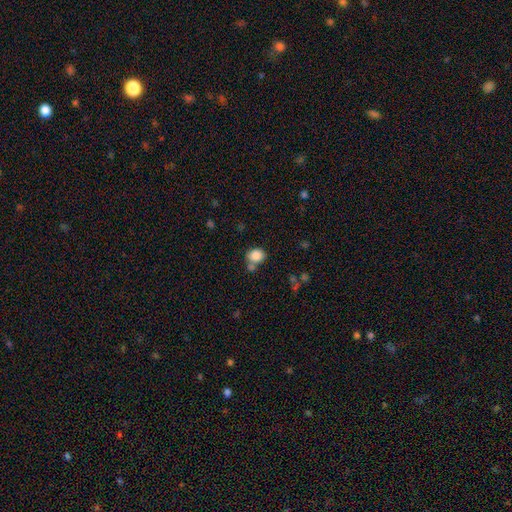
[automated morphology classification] Smooth or featured?
  - smooth: 85% *
  - star or artifact: 9%
  - featured or disk: 6%
How rounded?
  - round: 58% *
  - in between: 41%
  - cigar-shaped: 1%
Merging?
  - none: 56% *
  - merger: 24%
  - minor disturbance: 15%
  - major disturbance: 5%